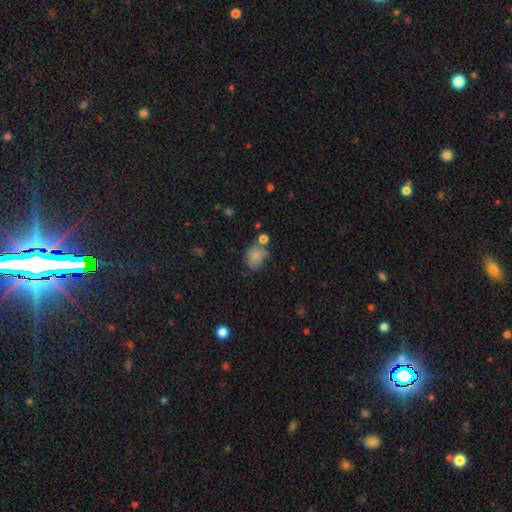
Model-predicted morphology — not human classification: smooth-or-featured: smooth: 81% | star or artifact: 10% | featured or disk: 9%
  how-rounded: round: 54% | in between: 45% | cigar-shaped: 1%
  merging: none: 55% | minor disturbance: 22% | merger: 15% | major disturbance: 7%